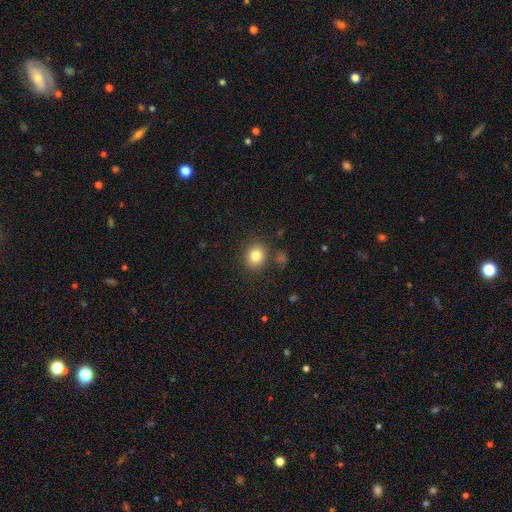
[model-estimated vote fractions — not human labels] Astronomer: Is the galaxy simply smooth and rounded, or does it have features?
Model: smooth — 82%.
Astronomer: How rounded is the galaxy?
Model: round — 71%.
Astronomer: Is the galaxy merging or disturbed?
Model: none — 84%.